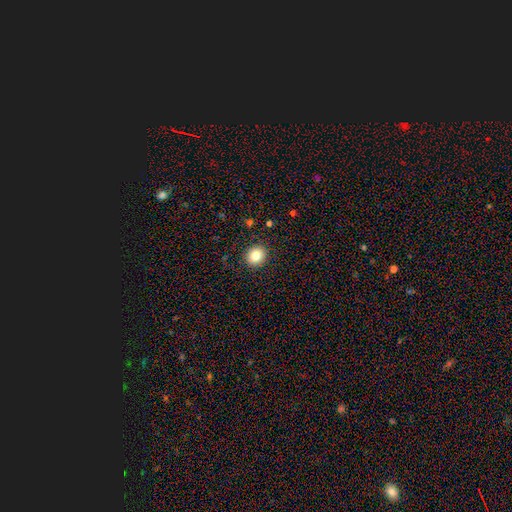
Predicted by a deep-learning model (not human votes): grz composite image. It shows a smooth galaxy with no disk features (82%) that is round (81%). Merging: none (91%).